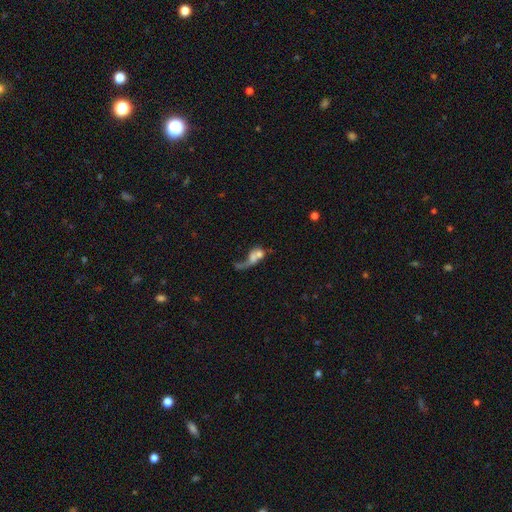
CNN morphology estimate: Smooth or featured?
  - smooth: 49% *
  - featured or disk: 39%
  - star or artifact: 12%
Merging?
  - merger: 49% *
  - major disturbance: 28%
  - none: 15%
  - minor disturbance: 8%